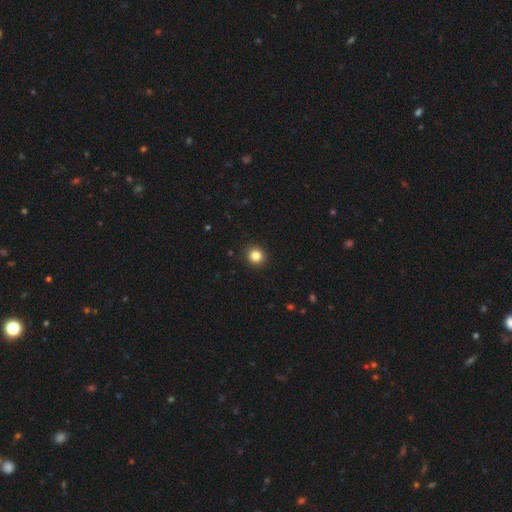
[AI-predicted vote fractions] A smooth galaxy with no disk features (84%) that is round (87%).

Vote fractions:
- Smooth or featured? smooth: 84% / star or artifact: 11% / featured or disk: 5%
- How rounded? round: 87% / in between: 12% / cigar-shaped: 1%
- Merging? none: 92% / minor disturbance: 5% / major disturbance: 2% / merger: 1%